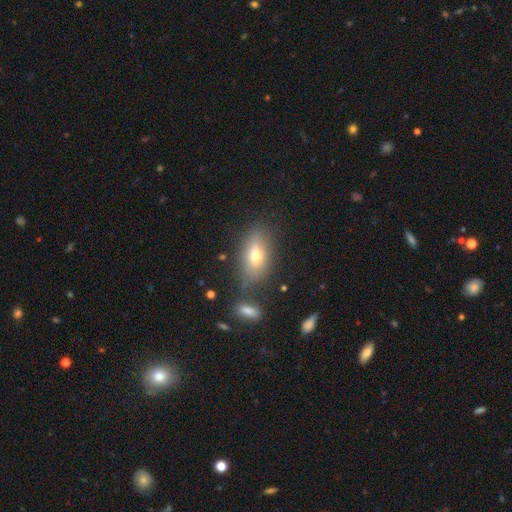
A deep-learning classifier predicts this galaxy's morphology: This appears to be a smooth galaxy with no disk features (64%) that is in between round and cigar-shaped (82%). Merging: none (73%).